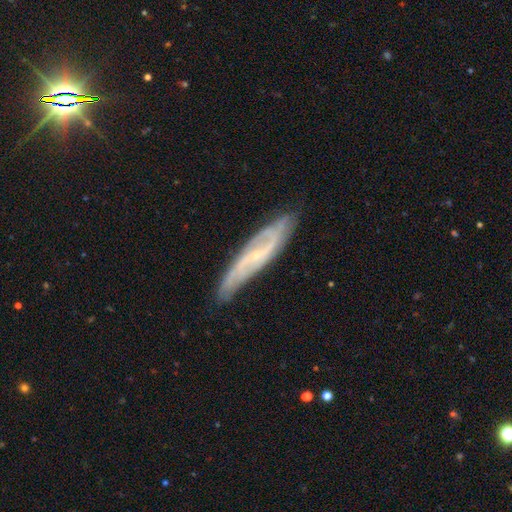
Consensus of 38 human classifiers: Q: Smooth or featured?
A: featured or disk (84%); runner-up: smooth (11%)
Q: Edge-on disk?
A: no (84%); runner-up: yes (16%)
Q: Bar?
A: weak (37%); runner-up: no (33%)
Q: Spiral arms?
A: yes (85%); runner-up: no (15%)
Q: Spiral winding?
A: medium (48%); runner-up: loose (43%)
Q: Spiral arm count?
A: 2 (70%); runner-up: can't tell (17%)
Q: Bulge size?
A: small (93%); runner-up: moderate (7%)
Q: Merging?
A: none (69%); runner-up: minor disturbance (25%)